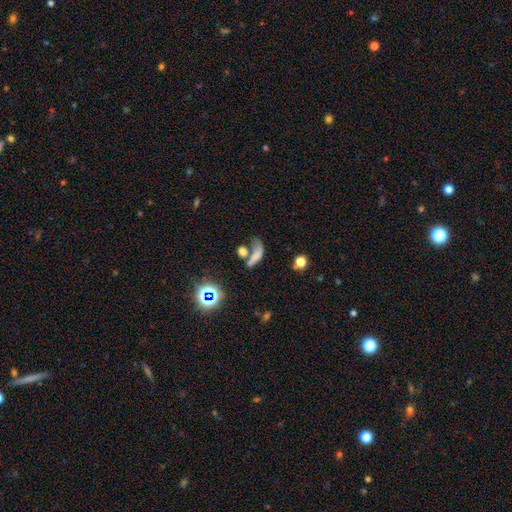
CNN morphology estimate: Overall: smooth (60%; featured or disk 22%). How rounded: in between (60%; cigar-shaped 27%). Merging: merger (38%; none 25%).